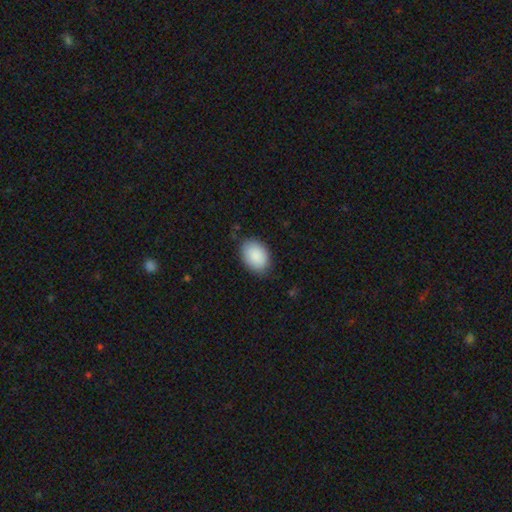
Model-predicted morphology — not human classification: smooth 90%, star or artifact 6%, featured or disk 4%. Down the decision tree: how rounded — in between (83%); merging — none (81%).